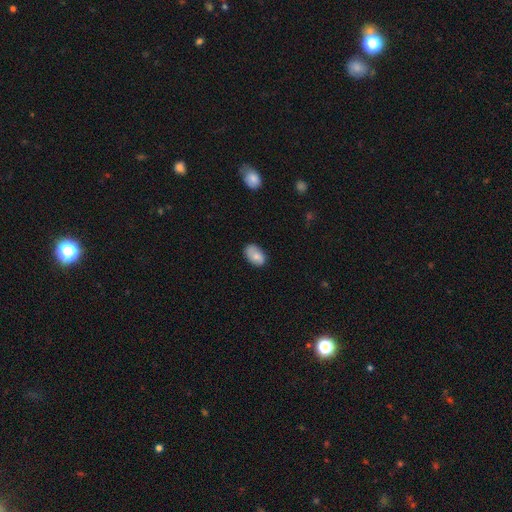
Q: Smooth or featured?
A: smooth (79%); runner-up: featured or disk (15%)
Q: How rounded?
A: in between (97%); runner-up: round (3%)
Q: Merging?
A: none (84%); runner-up: minor disturbance (14%)